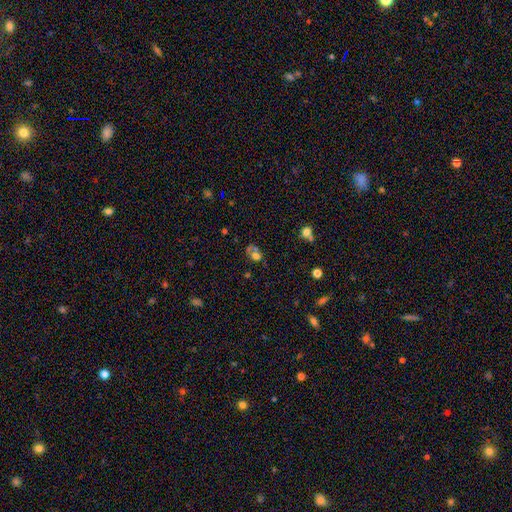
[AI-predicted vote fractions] smooth_or_featured: smooth (p=0.61) [alt: featured or disk p=0.20]
how_rounded: round (p=0.58) [alt: in between p=0.40]
merging: none (p=0.37) [alt: merger p=0.34]